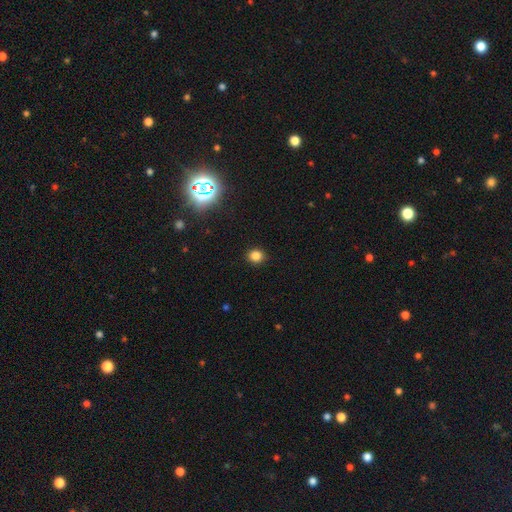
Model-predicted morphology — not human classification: Q: Smooth or featured?
A: smooth (82%); runner-up: star or artifact (14%)
Q: How rounded?
A: round (79%); runner-up: in between (20%)
Q: Merging?
A: none (91%); runner-up: minor disturbance (6%)